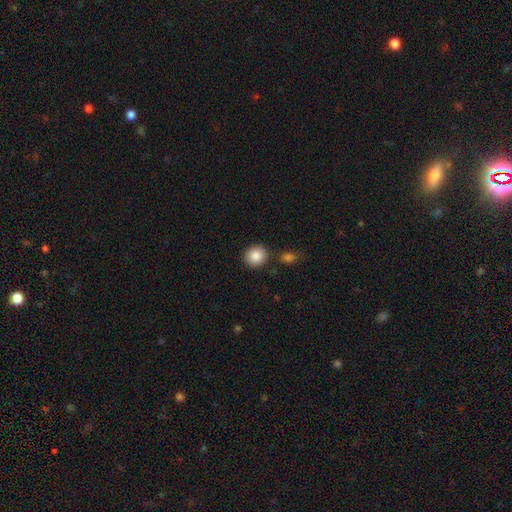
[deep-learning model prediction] Smooth or featured?
  - smooth: 87% *
  - star or artifact: 8%
  - featured or disk: 5%
How rounded?
  - round: 85% *
  - in between: 14%
  - cigar-shaped: 1%
Merging?
  - none: 85% *
  - minor disturbance: 8%
  - merger: 5%
  - major disturbance: 2%